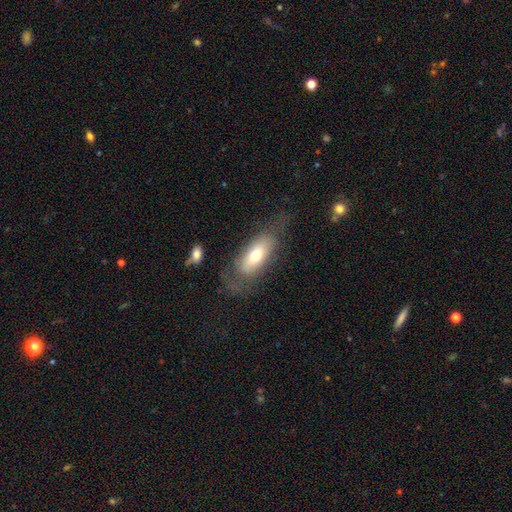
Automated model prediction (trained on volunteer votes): Smooth or featured? smooth (61%)
How rounded? in between (82%)
Merging? none (55%)